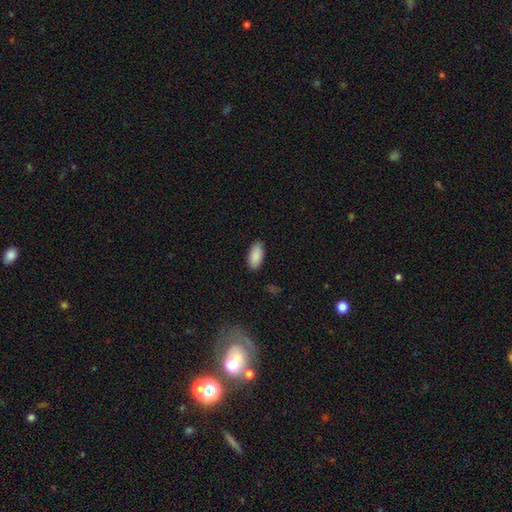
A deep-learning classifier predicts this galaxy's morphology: smooth_or_featured: smooth (p=0.90) [alt: star or artifact p=0.06]
how_rounded: in between (p=0.93) [alt: cigar-shaped p=0.05]
merging: none (p=0.88) [alt: minor disturbance p=0.08]